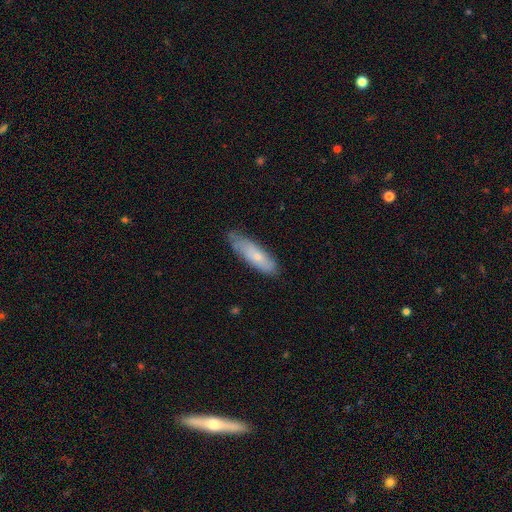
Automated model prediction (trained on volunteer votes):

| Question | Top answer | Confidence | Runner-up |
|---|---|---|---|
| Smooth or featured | smooth | 63% | featured or disk (31%) |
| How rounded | cigar-shaped | 53% | in between (45%) |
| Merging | none | 66% | minor disturbance (27%) |